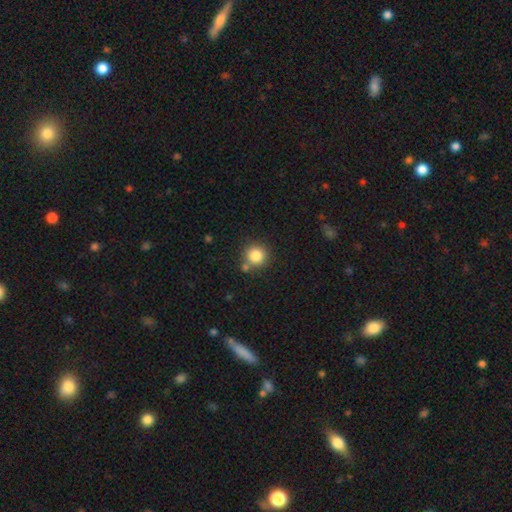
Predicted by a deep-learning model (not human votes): Overall: smooth (83%). How rounded: round (93%). Merging: none (74%).